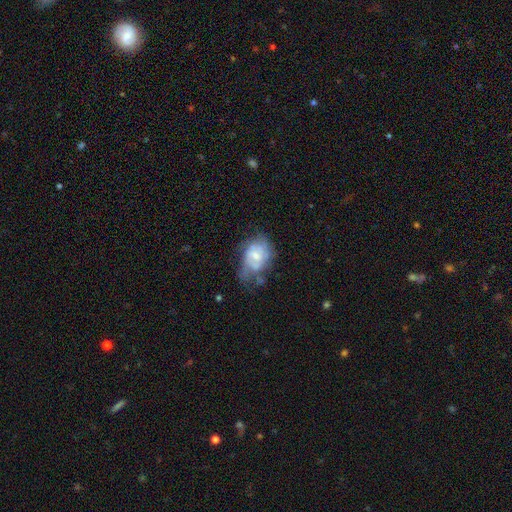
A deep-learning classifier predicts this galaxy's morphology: smooth-or-featured: featured or disk: 50% | smooth: 42% | star or artifact: 8%
  merging: minor disturbance: 33% | major disturbance: 31% | none: 29% | merger: 7%